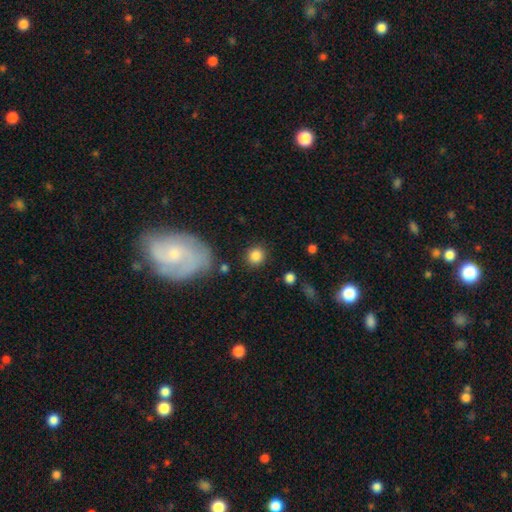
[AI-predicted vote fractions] Smooth or featured?
  - smooth: 85% *
  - star or artifact: 10%
  - featured or disk: 5%
How rounded?
  - round: 90% *
  - in between: 9%
  - cigar-shaped: 1%
Merging?
  - none: 86% *
  - minor disturbance: 8%
  - merger: 3%
  - major disturbance: 3%